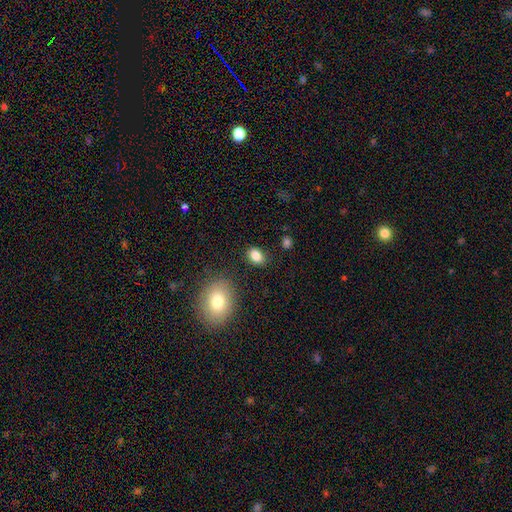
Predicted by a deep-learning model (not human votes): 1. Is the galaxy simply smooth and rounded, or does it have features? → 85% smooth, 10% star or artifact, 5% featured or disk.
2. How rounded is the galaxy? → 76% in between, 23% round, 1% cigar-shaped.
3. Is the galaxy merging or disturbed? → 84% none, 10% minor disturbance, 3% major disturbance, 3% merger.